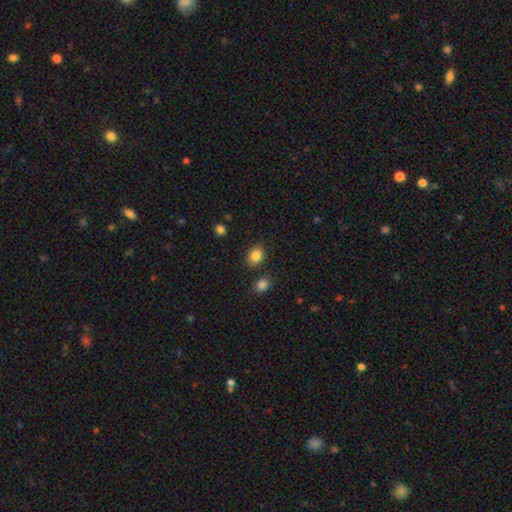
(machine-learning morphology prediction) type=smooth (86%); roundness=round (50%); merging=none (82%).